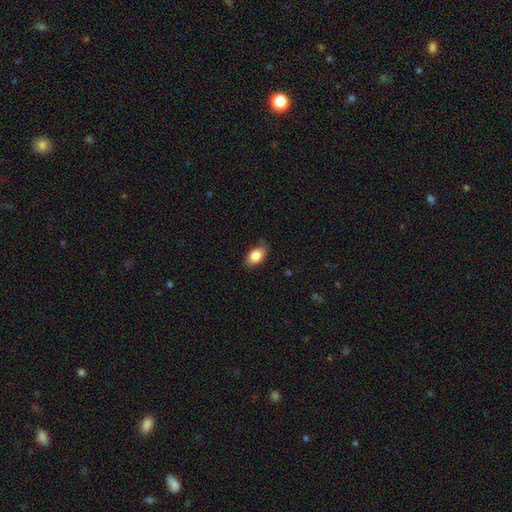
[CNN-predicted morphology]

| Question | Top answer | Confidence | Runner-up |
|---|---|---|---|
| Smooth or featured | smooth | 85% | featured or disk (8%) |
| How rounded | in between | 91% | round (7%) |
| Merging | none | 77% | minor disturbance (19%) |